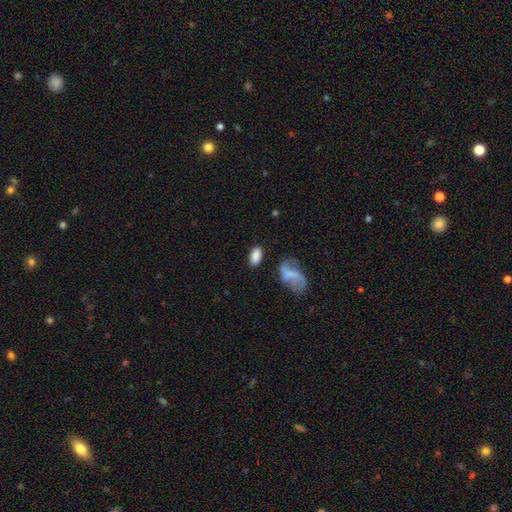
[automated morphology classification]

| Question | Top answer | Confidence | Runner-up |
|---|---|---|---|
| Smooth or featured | smooth | 85% | featured or disk (8%) |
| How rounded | in between | 92% | round (4%) |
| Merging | none | 75% | minor disturbance (15%) |